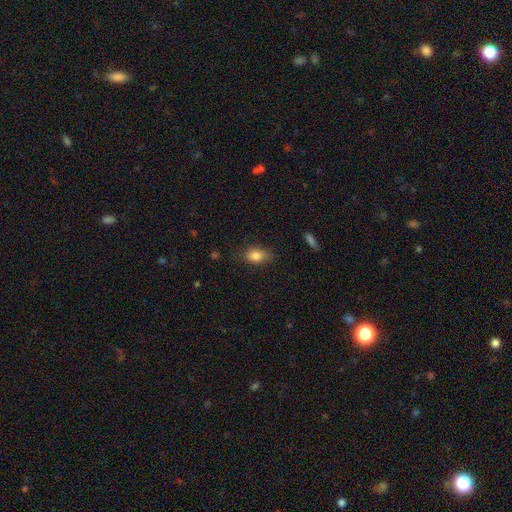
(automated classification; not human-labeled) A smooth galaxy with no disk features (84%) that is in between round and cigar-shaped (79%). Merging: none (73%).